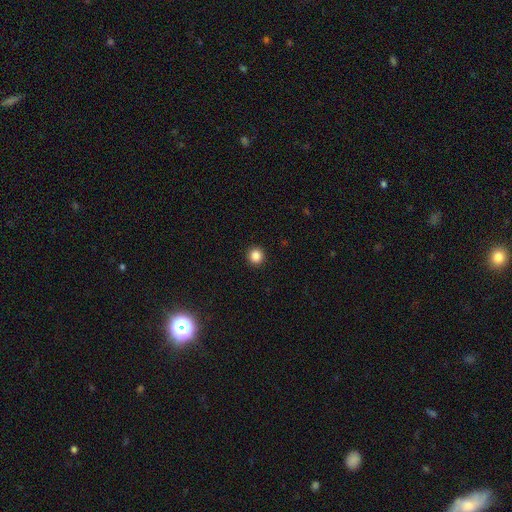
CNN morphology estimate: This is clearly a smooth galaxy (86%). How rounded: clearly round (93%). Merging: clearly none (93%).